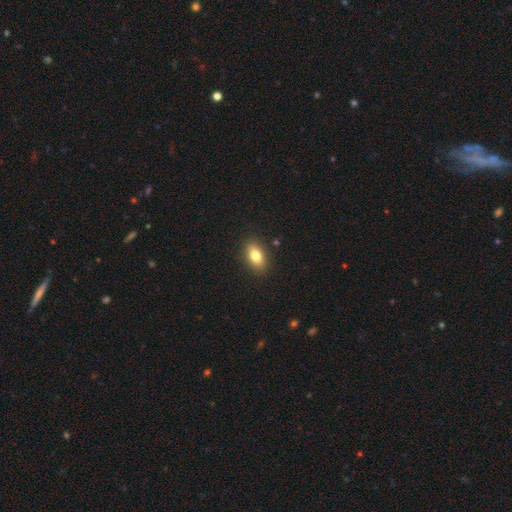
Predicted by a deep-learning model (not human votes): This appears to be a smooth galaxy with no disk features (78%) that is in between round and cigar-shaped (86%). Merging: none (88%).